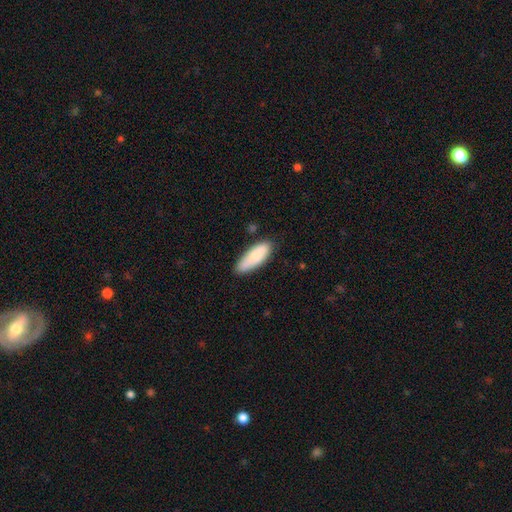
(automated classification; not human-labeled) Smooth or featured: smooth — 84% (featured or disk — 10%)
How rounded: in between — 66% (cigar-shaped — 33%)
Merging: none — 74% (minor disturbance — 20%)